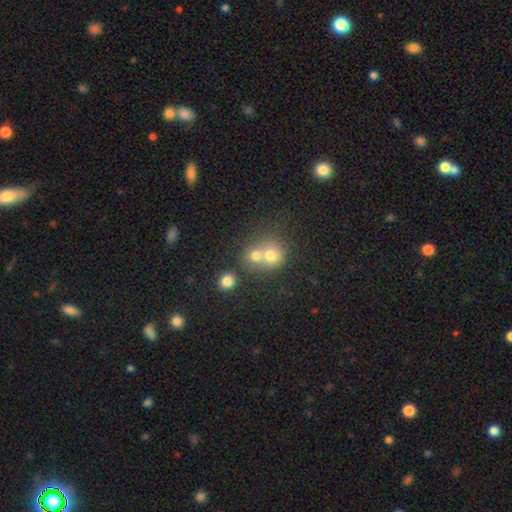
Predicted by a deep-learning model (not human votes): Overall: smooth (71%). How rounded: round (82%). Merging: merger (58%; none 34%).